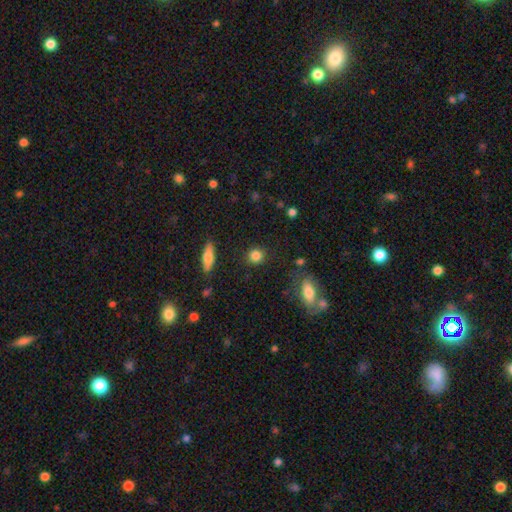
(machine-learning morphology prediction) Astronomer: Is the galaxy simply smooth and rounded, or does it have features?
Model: smooth — 84%.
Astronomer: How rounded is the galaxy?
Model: round — 85%.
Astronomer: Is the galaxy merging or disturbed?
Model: none — 87%.